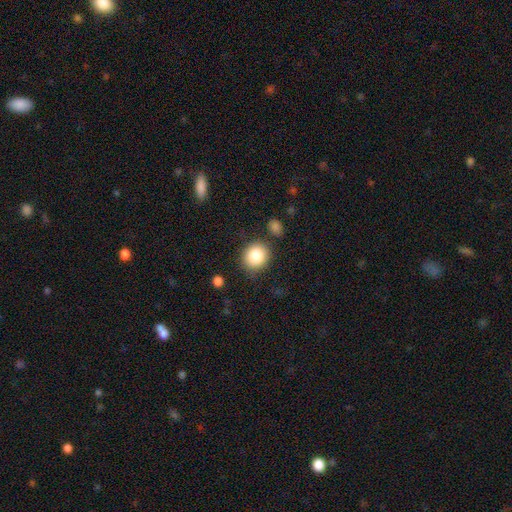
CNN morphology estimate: smooth 85%, star or artifact 9%, featured or disk 6%. Down the decision tree: how rounded — round (80%); merging — none (83%).